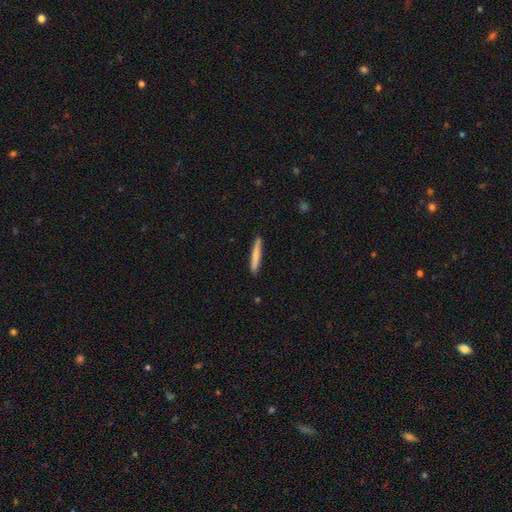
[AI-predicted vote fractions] smooth_or_featured: smooth (p=0.78) [alt: featured or disk p=0.17]
how_rounded: cigar-shaped (p=0.95) [alt: in between p=0.04]
merging: none (p=0.89) [alt: minor disturbance p=0.08]